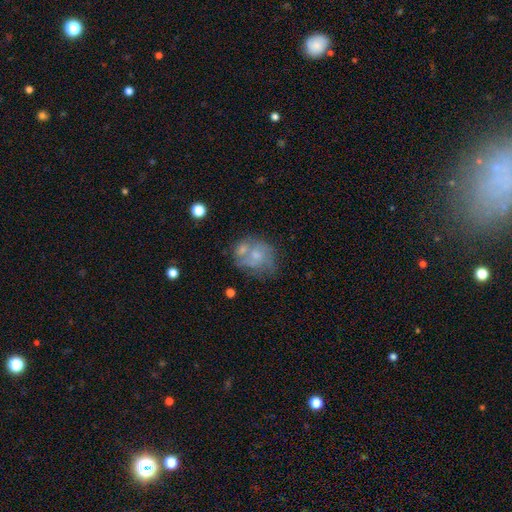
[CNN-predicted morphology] smooth_or_featured: smooth (p=0.46) [alt: featured or disk p=0.45]
merging: none (p=0.36) [alt: merger p=0.33]